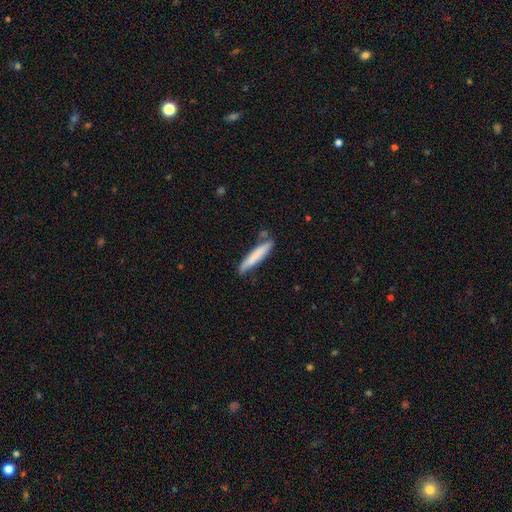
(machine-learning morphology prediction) A smooth galaxy with no disk features (74%) that is cigar-shaped (92%).

Vote fractions:
- Smooth or featured? smooth: 74% / featured or disk: 21% / star or artifact: 5%
- How rounded? cigar-shaped: 92% / in between: 7% / round: 1%
- Merging? none: 72% / minor disturbance: 18% / merger: 6% / major disturbance: 3%